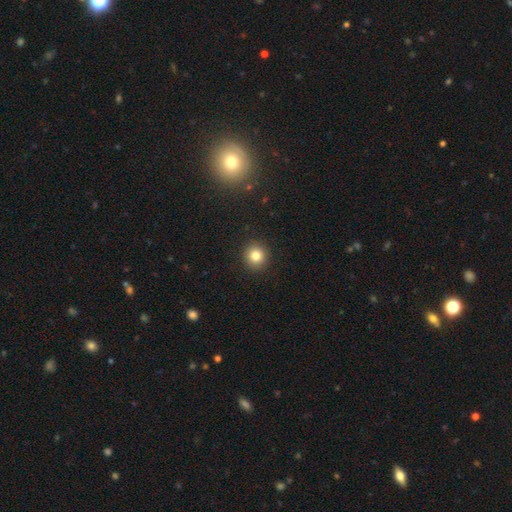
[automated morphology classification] Overall: smooth (82%). How rounded: round (92%). Merging: none (92%).